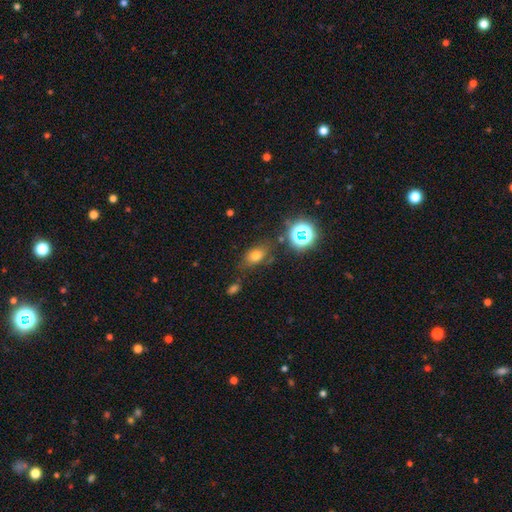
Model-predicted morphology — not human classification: Smooth or featured: smooth — 65% (star or artifact — 23%)
How rounded: in between — 75% (round — 23%)
Merging: none — 71% (minor disturbance — 17%)